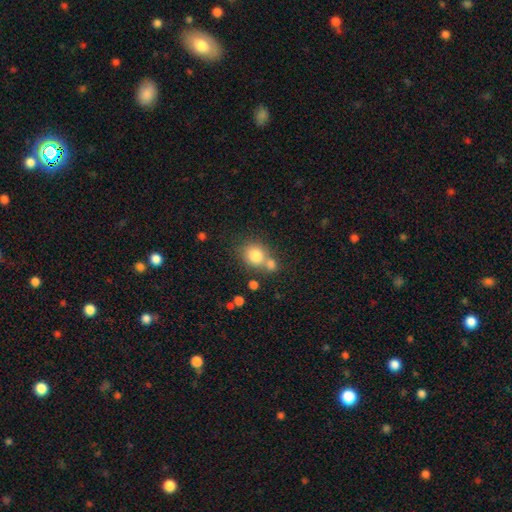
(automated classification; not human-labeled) smooth 80%, star or artifact 10%, featured or disk 10%. Down the decision tree: how rounded — round (74%); merging — none (49%).